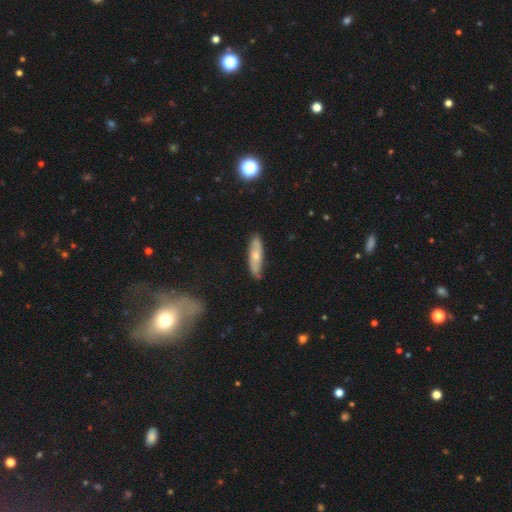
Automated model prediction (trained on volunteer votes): smooth 52%, featured or disk 41%, star or artifact 6%. Down the decision tree: how rounded — cigar-shaped (58%); merging — none (81%).